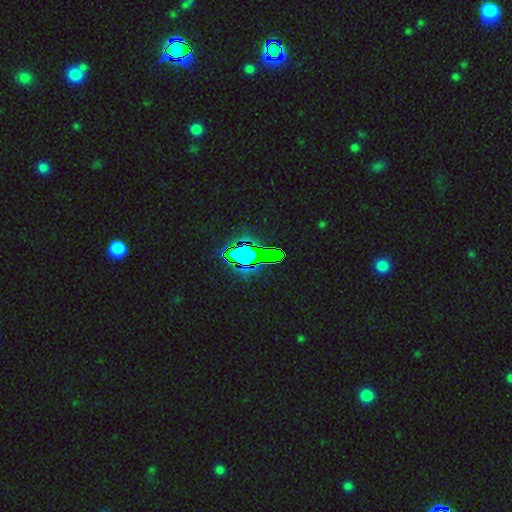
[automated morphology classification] A star or artifact, not a galaxy (78%).

Vote fractions:
- Smooth or featured? star or artifact: 78% / smooth: 12% / featured or disk: 10%